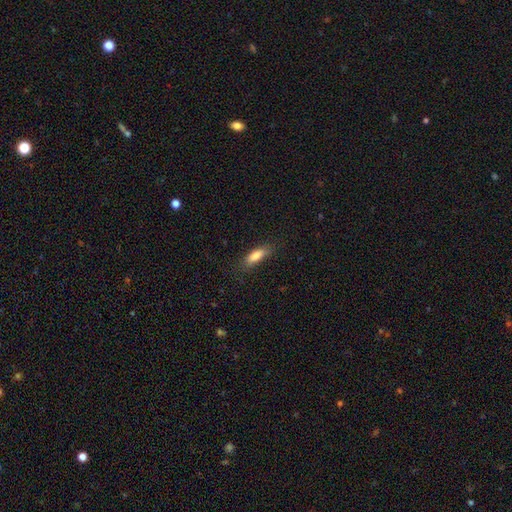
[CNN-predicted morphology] Q: Smooth or featured?
A: smooth (80%); runner-up: featured or disk (13%)
Q: How rounded?
A: in between (59%); runner-up: cigar-shaped (39%)
Q: Merging?
A: none (76%); runner-up: minor disturbance (18%)